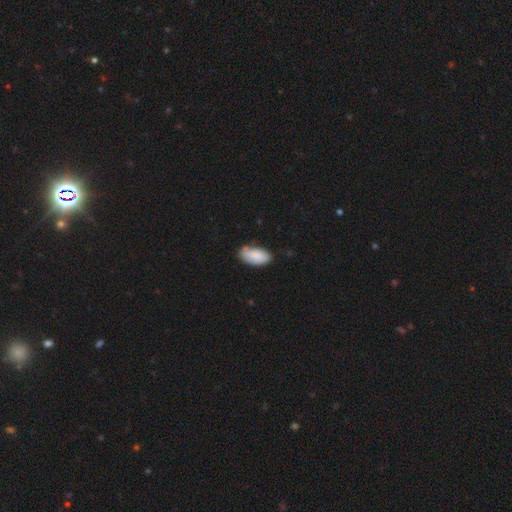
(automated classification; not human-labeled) The model was most divided on "merging": none: 69%, minor disturbance: 24%, major disturbance: 4%, merger: 3%. More confident: how rounded — in between (93%); smooth or featured — smooth (82%).